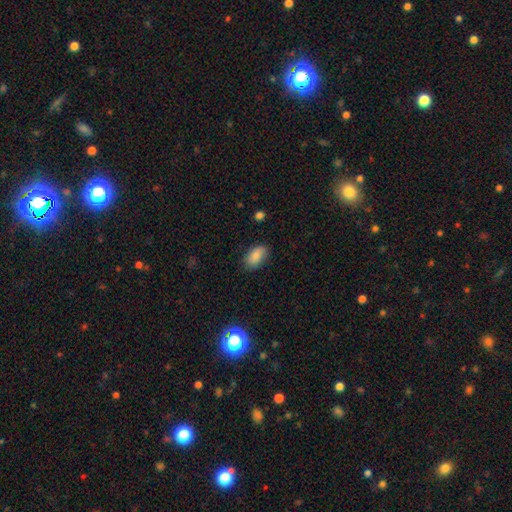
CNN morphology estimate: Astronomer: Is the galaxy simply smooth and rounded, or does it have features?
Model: smooth — 86%.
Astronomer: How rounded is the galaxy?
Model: in between — 92%.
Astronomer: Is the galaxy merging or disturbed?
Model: none — 80%.